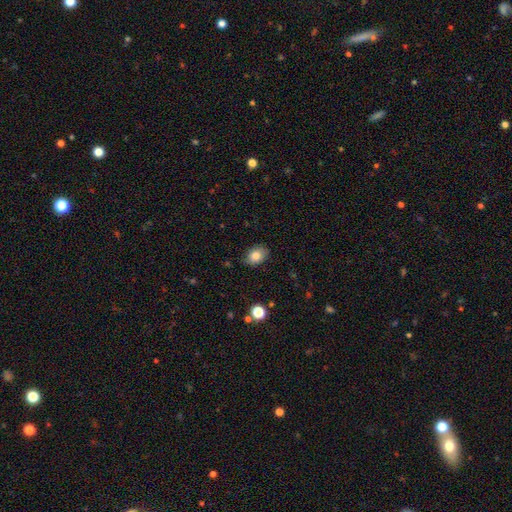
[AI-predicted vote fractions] Smooth or featured: smooth — 82% (featured or disk — 9%)
How rounded: in between — 75% (round — 24%)
Merging: none — 80% (minor disturbance — 16%)